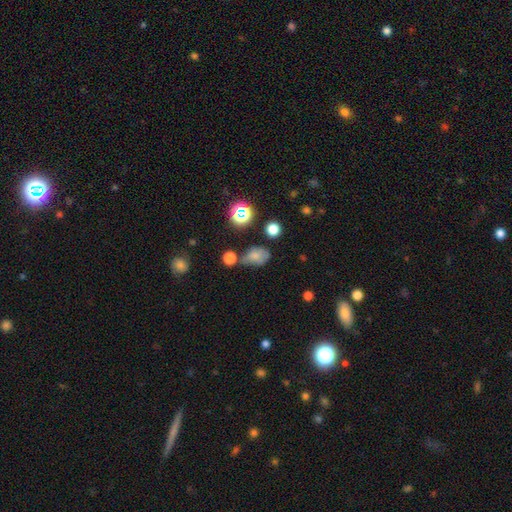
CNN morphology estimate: type=smooth (62%); roundness=in between (75%); merging=none (40%).